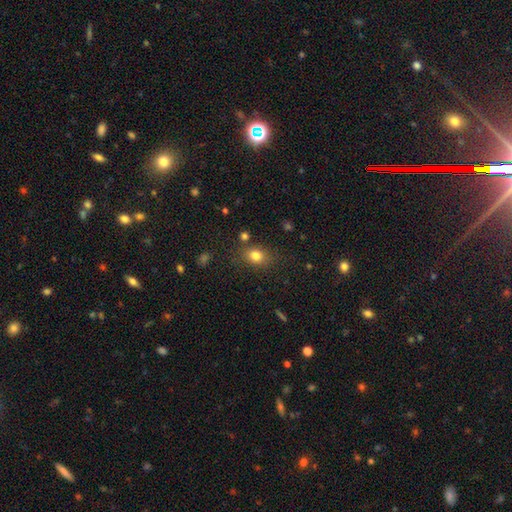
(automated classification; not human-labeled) Morphology: type=smooth (80%); roundness=in between (52%); merging=none (77%).